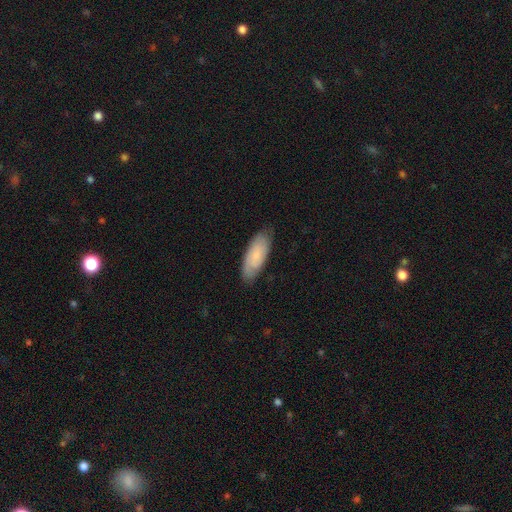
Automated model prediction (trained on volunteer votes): This is likely a smooth galaxy (62%). How rounded: likely in between (77%). Merging: likely none (78%).